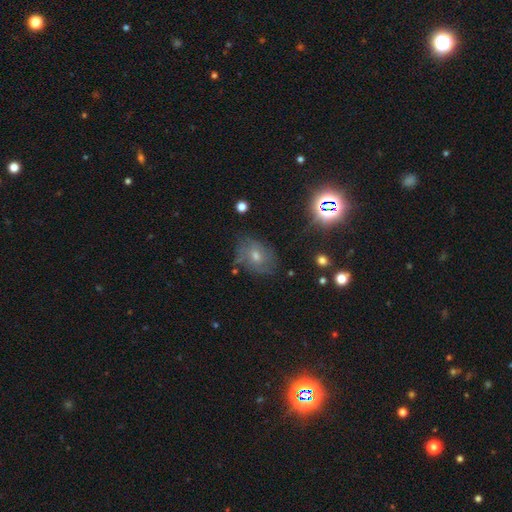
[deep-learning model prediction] This is marginally a featured or disk galaxy (44%). Merging: likely none (68%).